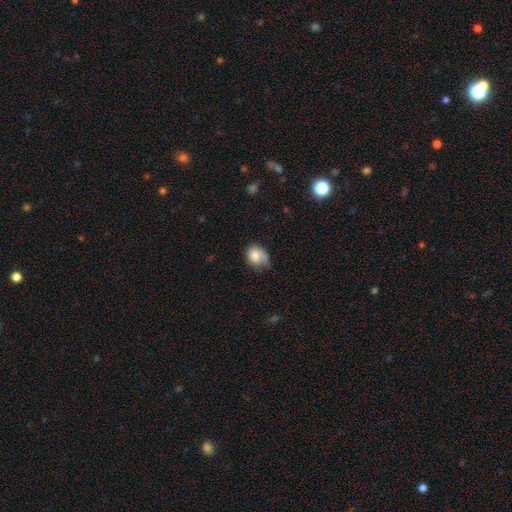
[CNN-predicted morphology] Q: Smooth or featured?
A: smooth (76%); runner-up: featured or disk (16%)
Q: How rounded?
A: in between (52%); runner-up: round (47%)
Q: Merging?
A: none (45%); runner-up: minor disturbance (36%)